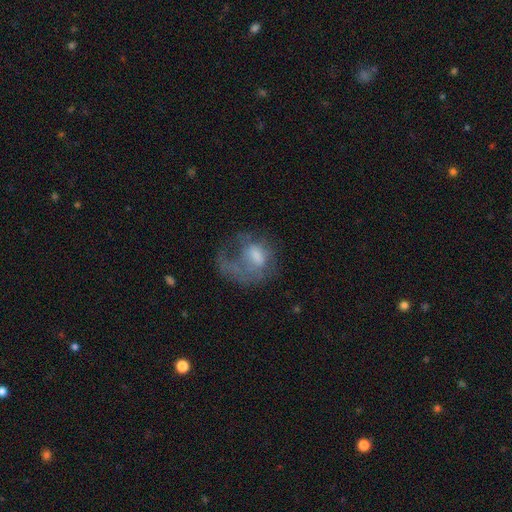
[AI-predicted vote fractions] Smooth or featured?
  - featured or disk: 55% *
  - smooth: 35%
  - star or artifact: 10%
Edge-on disk?
  - no: 97% *
  - yes: 3%
Bar?
  - no: 60% *
  - weak: 34%
  - strong: 6%
Spiral arms?
  - yes: 55% *
  - no: 45%
Bulge size?
  - moderate: 43% *
  - small: 24%
  - none: 18%
  - large: 14%
  - dominant: 2%
Merging?
  - major disturbance: 50% *
  - none: 30%
  - minor disturbance: 17%
  - merger: 3%